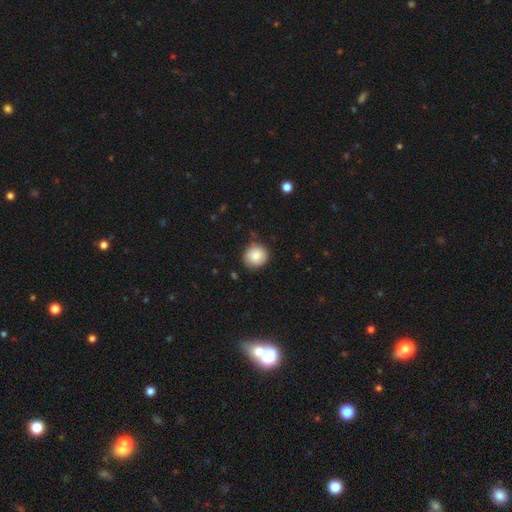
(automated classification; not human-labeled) Morphology: type=smooth (84%); roundness=round (90%); merging=none (83%).